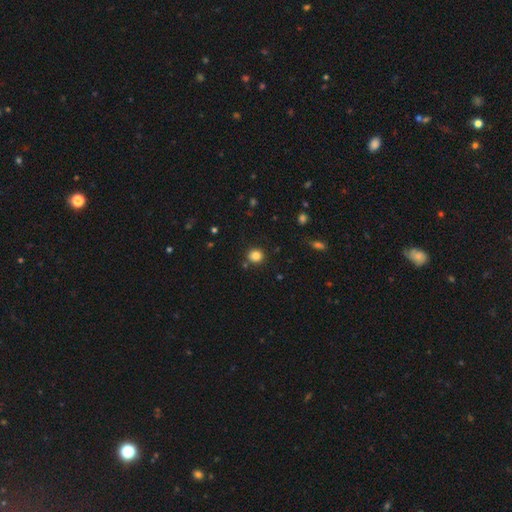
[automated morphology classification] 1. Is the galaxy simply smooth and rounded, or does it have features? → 83% smooth, 12% star or artifact, 5% featured or disk.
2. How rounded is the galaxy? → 88% round, 11% in between, 1% cigar-shaped.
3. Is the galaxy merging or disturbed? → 87% none, 7% minor disturbance, 4% merger, 2% major disturbance.